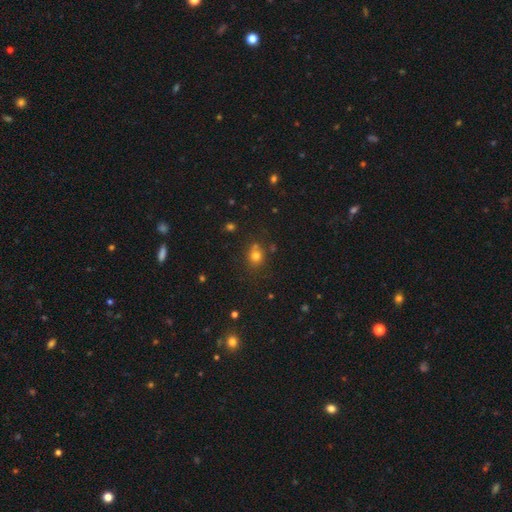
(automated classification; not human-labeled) Overall: smooth (76%). How rounded: round (73%). Merging: none (66%).